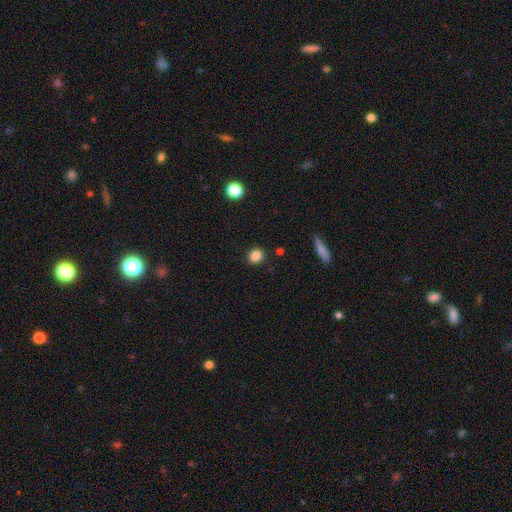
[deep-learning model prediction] smooth-or-featured: smooth: 85% | star or artifact: 10% | featured or disk: 4%
  how-rounded: round: 70% | in between: 28% | cigar-shaped: 1%
  merging: none: 88% | minor disturbance: 8% | major disturbance: 2% | merger: 2%